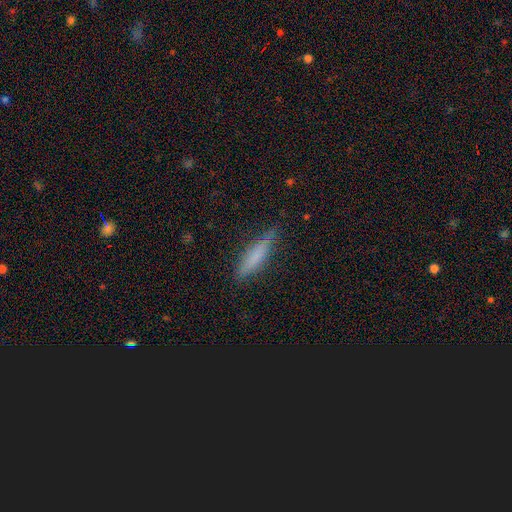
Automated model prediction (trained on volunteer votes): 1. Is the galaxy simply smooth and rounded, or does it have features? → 67% smooth, 25% featured or disk, 8% star or artifact.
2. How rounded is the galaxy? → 81% cigar-shaped, 17% in between, 2% round.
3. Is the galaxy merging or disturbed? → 78% none, 17% minor disturbance, 3% major disturbance, 1% merger.